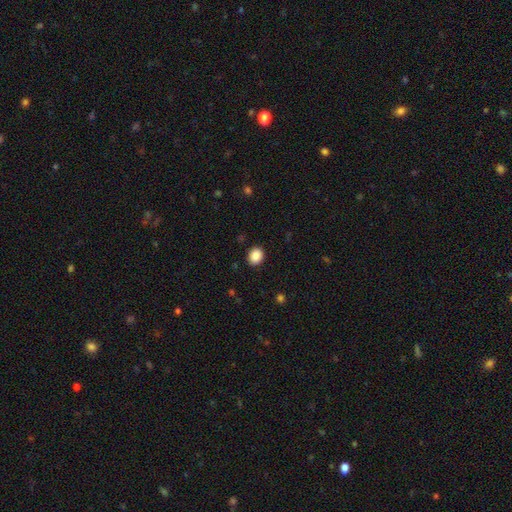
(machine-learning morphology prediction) Smooth or featured: smooth — 88% (star or artifact — 9%)
How rounded: round — 59% (in between — 40%)
Merging: none — 90% (minor disturbance — 7%)